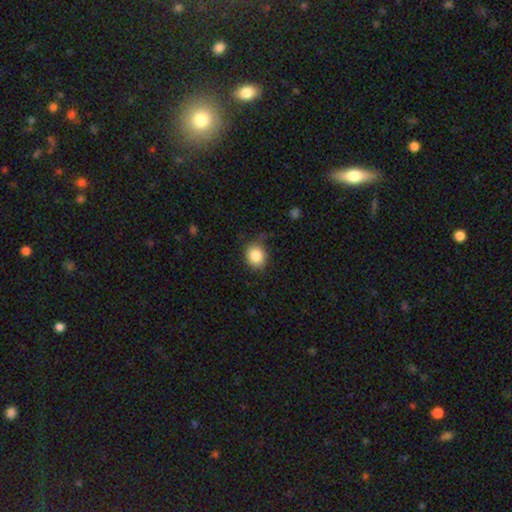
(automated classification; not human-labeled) smooth_or_featured: smooth (p=0.85) [alt: star or artifact p=0.10]
how_rounded: round (p=0.77) [alt: in between p=0.22]
merging: none (p=0.74) [alt: minor disturbance p=0.20]